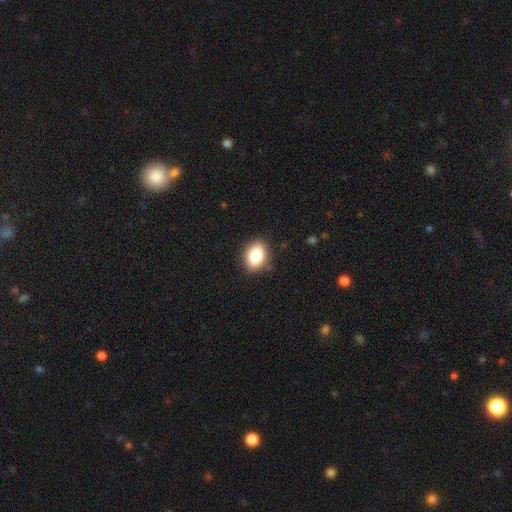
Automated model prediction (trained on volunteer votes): Smooth or featured?
  - smooth: 83% *
  - star or artifact: 9%
  - featured or disk: 8%
How rounded?
  - in between: 74% *
  - round: 24%
  - cigar-shaped: 1%
Merging?
  - none: 86% *
  - minor disturbance: 10%
  - major disturbance: 2%
  - merger: 1%